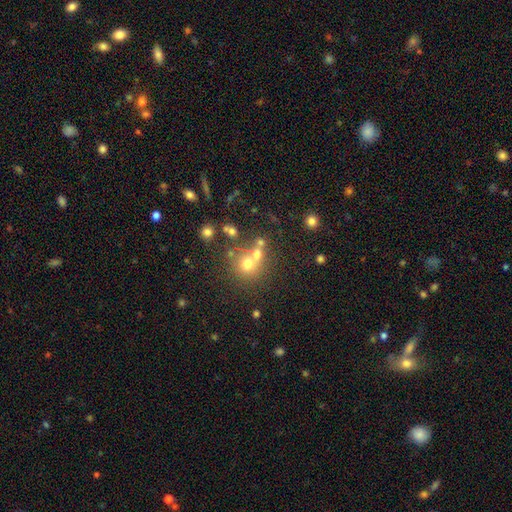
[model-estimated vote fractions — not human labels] smooth_or_featured: smooth (p=0.57) [alt: star or artifact p=0.25]
how_rounded: round (p=0.85) [alt: in between p=0.14]
merging: none (p=0.51) [alt: merger p=0.36]